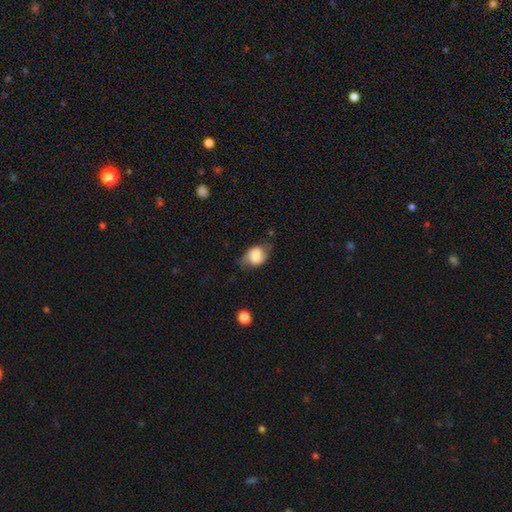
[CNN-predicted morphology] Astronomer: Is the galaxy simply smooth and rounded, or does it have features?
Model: smooth — 67%.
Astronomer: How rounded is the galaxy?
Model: in between — 68%.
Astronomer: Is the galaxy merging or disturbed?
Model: none — 55% (runner-up: minor disturbance, 31%).